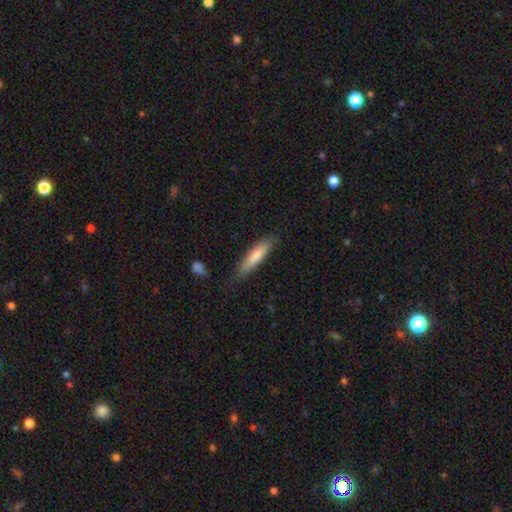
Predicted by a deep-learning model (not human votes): smooth_or_featured: smooth (p=0.77) [alt: featured or disk p=0.17]
how_rounded: cigar-shaped (p=0.79) [alt: in between p=0.19]
merging: none (p=0.79) [alt: minor disturbance p=0.16]